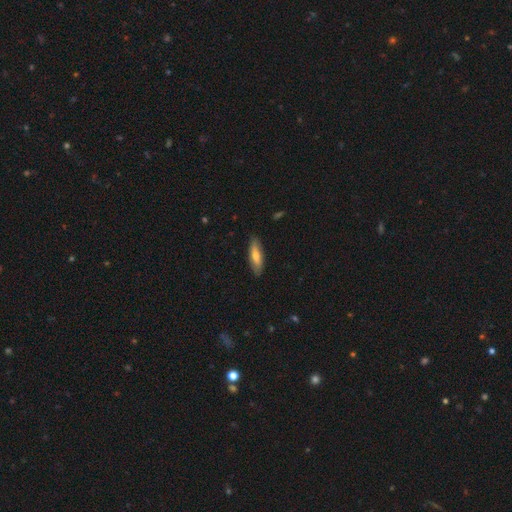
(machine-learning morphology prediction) Overall: smooth (61%; featured or disk 33%). How rounded: cigar-shaped (54%; in between 44%). Merging: none (85%).